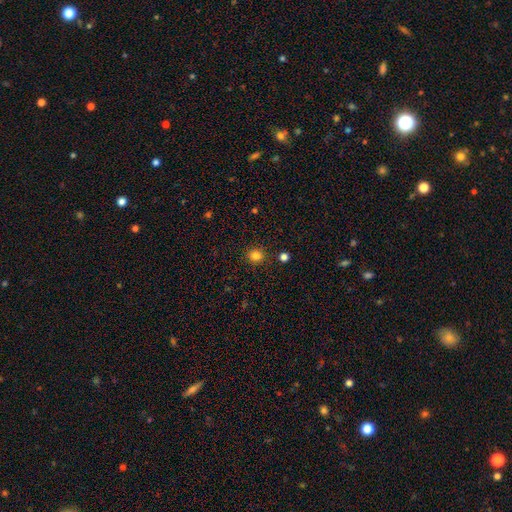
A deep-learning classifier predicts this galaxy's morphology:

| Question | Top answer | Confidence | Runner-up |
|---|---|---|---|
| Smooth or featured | smooth | 82% | star or artifact (13%) |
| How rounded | round | 83% | in between (16%) |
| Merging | none | 89% | minor disturbance (7%) |